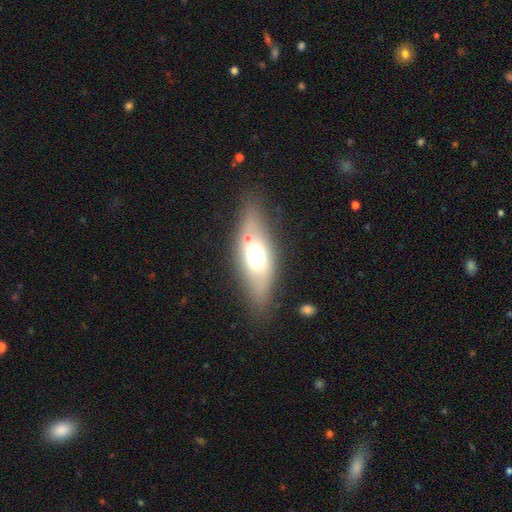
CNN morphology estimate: Overall: smooth (54%; featured or disk 34%). How rounded: in between (69%). Merging: none (79%).